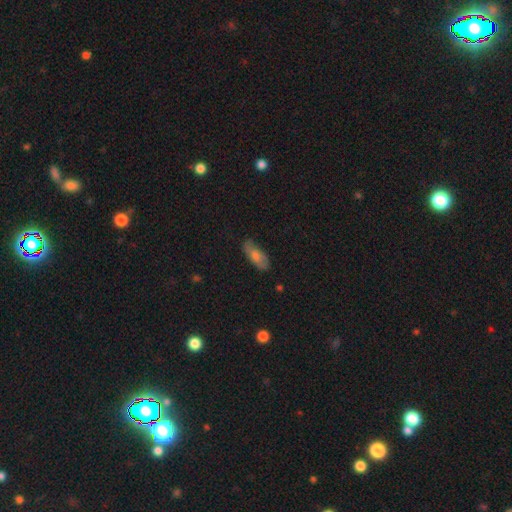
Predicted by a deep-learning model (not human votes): Smooth or featured? Predicted: smooth (p=0.59). How rounded? Predicted: in between (p=0.75). Merging? Predicted: none (p=0.78).